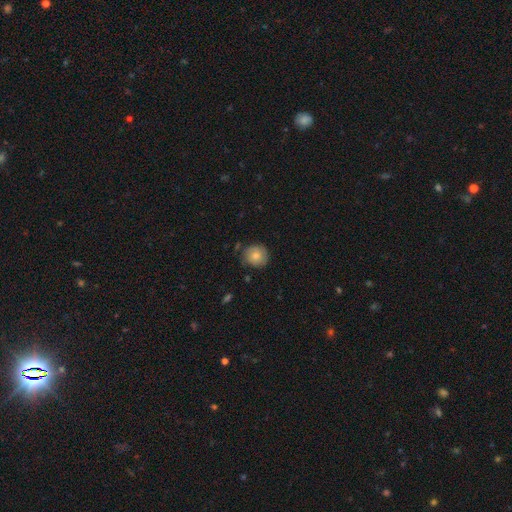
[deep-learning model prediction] This appears to be a smooth galaxy with no disk features (68%) that is round (89%). Merging: none (75%).